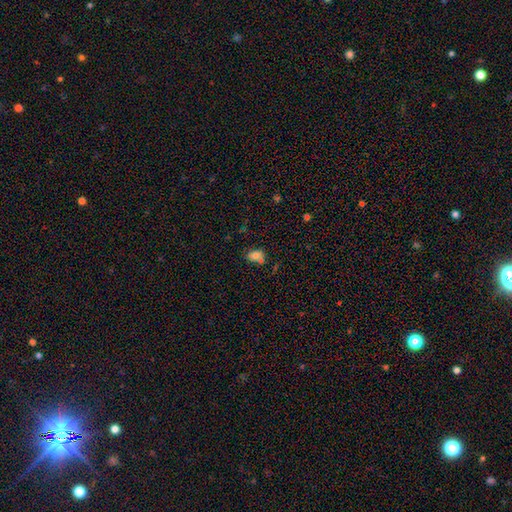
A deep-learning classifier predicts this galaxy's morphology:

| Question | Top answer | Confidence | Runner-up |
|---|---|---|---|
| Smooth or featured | smooth | 71% | featured or disk (14%) |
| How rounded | in between | 73% | round (25%) |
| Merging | none | 53% | merger (22%) |